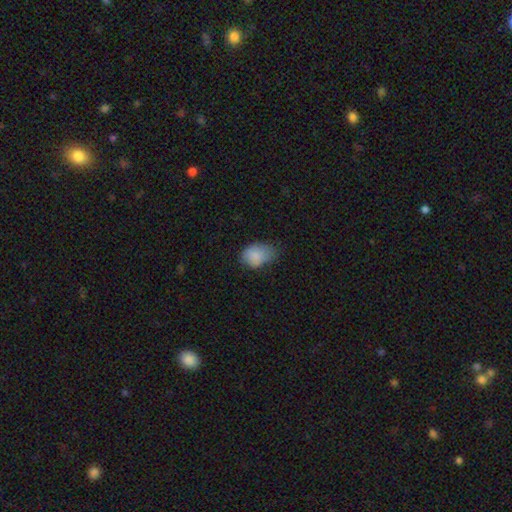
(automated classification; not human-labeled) smooth-or-featured: smooth: 84% | star or artifact: 8% | featured or disk: 7%
  how-rounded: in between: 79% | round: 20% | cigar-shaped: 1%
  merging: minor disturbance: 43% | none: 41% | major disturbance: 14% | merger: 2%